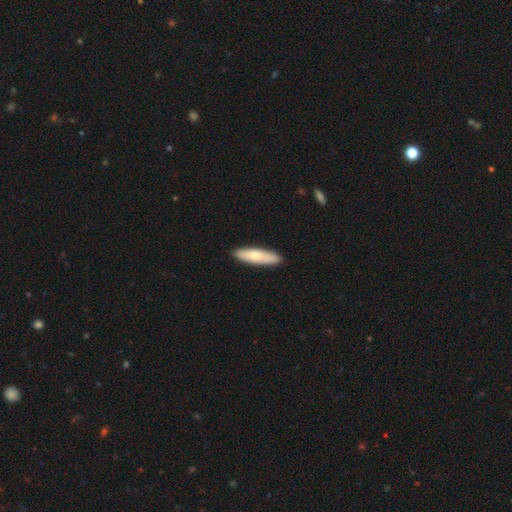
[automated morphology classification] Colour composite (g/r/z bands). It shows a smooth galaxy with no disk features (73%) that is cigar-shaped (75%). Merging: none (90%).